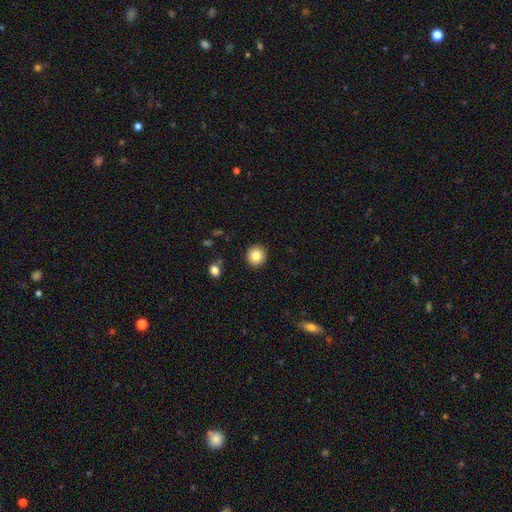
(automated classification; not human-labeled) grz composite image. It shows a smooth galaxy with no disk features (83%) that is round (93%). Merging: none (92%).